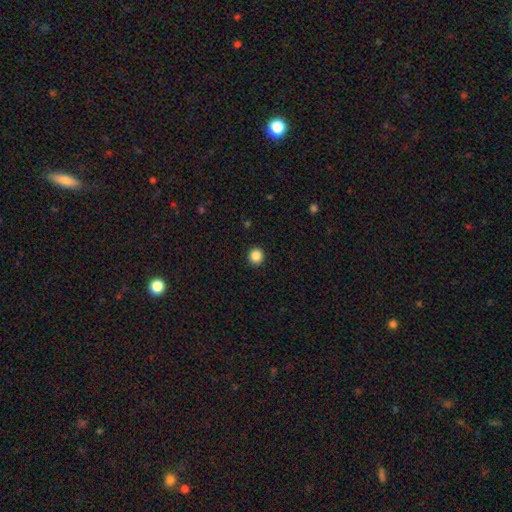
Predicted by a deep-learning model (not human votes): Q: Smooth or featured?
A: smooth (87%); runner-up: star or artifact (10%)
Q: How rounded?
A: round (91%); runner-up: in between (8%)
Q: Merging?
A: none (93%); runner-up: minor disturbance (5%)